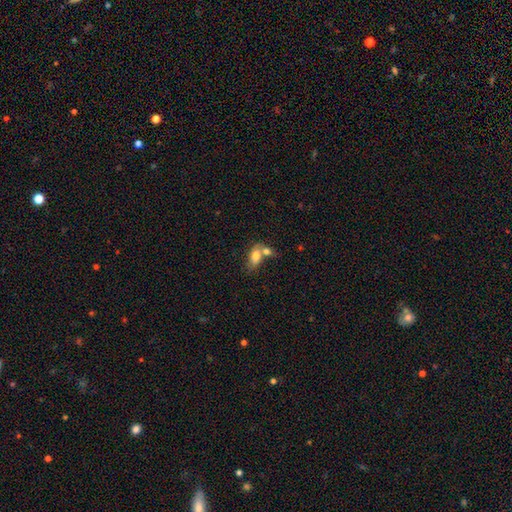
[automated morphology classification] Smooth or featured? smooth (76%)
How rounded? in between (86%)
Merging? merger (57%)